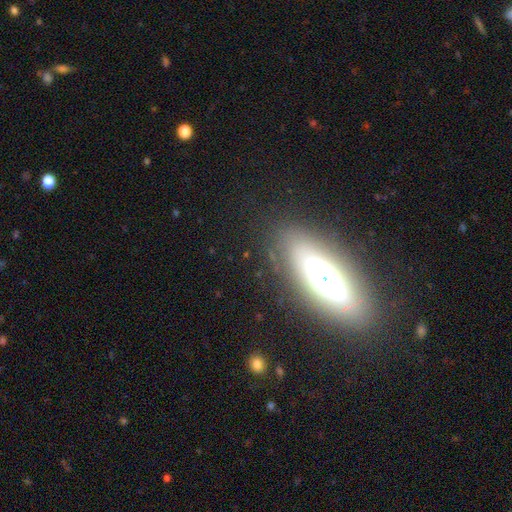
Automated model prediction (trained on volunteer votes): smooth_or_featured: smooth (p=0.52) [alt: featured or disk p=0.37]
how_rounded: in between (p=0.55) [alt: cigar-shaped p=0.42]
merging: none (p=0.85) [alt: minor disturbance p=0.10]